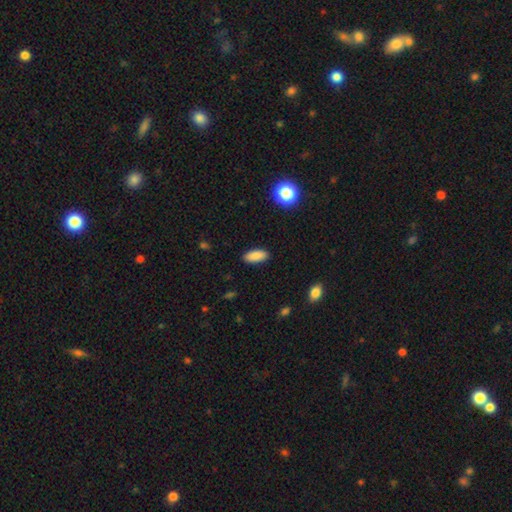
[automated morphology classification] A smooth galaxy with no disk features (88%) that is in between round and cigar-shaped (86%).

Vote fractions:
- Smooth or featured? smooth: 88% / star or artifact: 8% / featured or disk: 4%
- How rounded? in between: 86% / cigar-shaped: 11% / round: 2%
- Merging? none: 89% / minor disturbance: 7% / major disturbance: 2% / merger: 1%